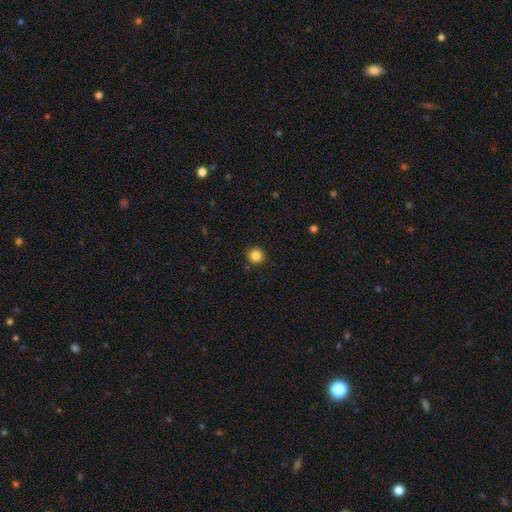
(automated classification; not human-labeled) A smooth galaxy with no disk features (84%) that is round (95%).

Vote fractions:
- Smooth or featured? smooth: 84% / star or artifact: 12% / featured or disk: 4%
- How rounded? round: 95% / in between: 4% / cigar-shaped: 1%
- Merging? none: 90% / minor disturbance: 6% / major disturbance: 2% / merger: 1%